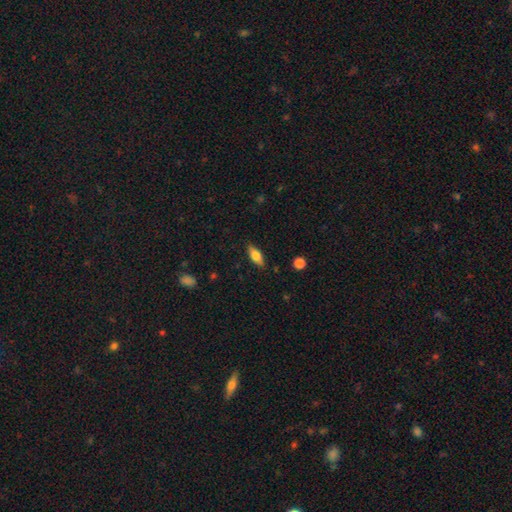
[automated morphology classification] type=smooth (65%); roundness=in between (73%); merging=none (84%).